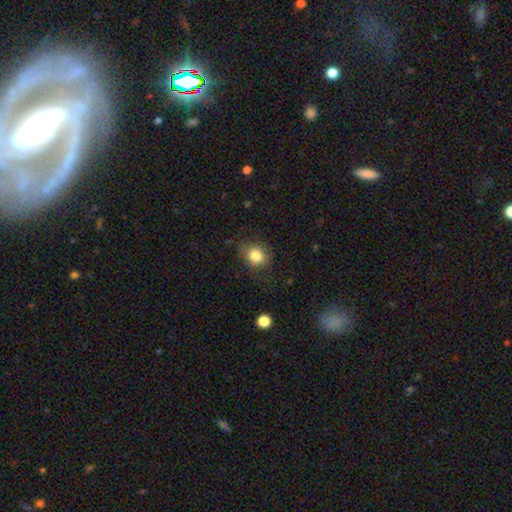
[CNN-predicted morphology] Smooth or featured? Predicted: smooth (p=0.82). How rounded? Predicted: round (p=0.56). Merging? Predicted: none (p=0.73).